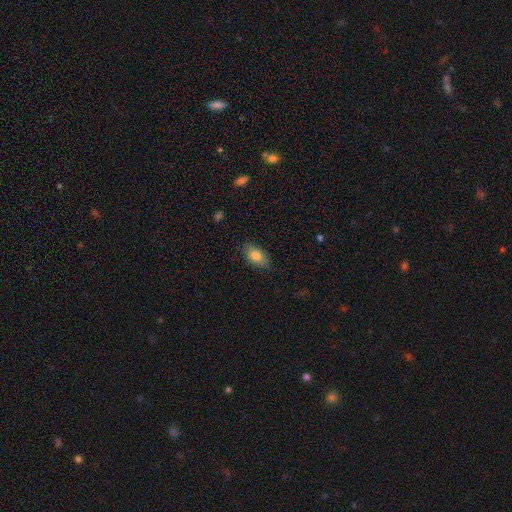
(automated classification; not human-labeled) smooth 80%, featured or disk 12%, star or artifact 8%. Down the decision tree: how rounded — in between (90%); merging — none (83%).